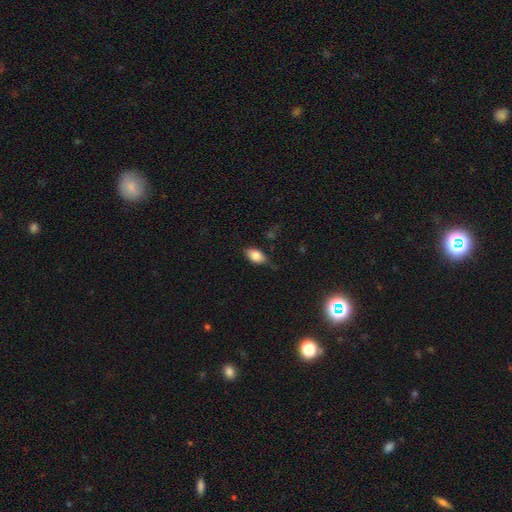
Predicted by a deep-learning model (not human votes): smooth 84%, featured or disk 9%, star or artifact 8%. Down the decision tree: how rounded — in between (90%); merging — none (69%).